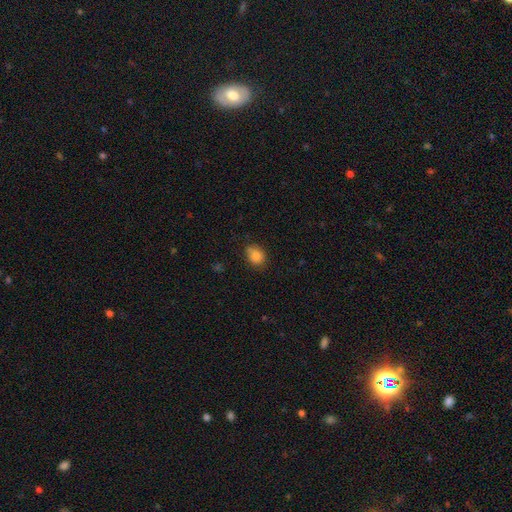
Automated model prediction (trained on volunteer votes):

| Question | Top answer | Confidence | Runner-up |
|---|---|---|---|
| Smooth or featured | smooth | 84% | star or artifact (10%) |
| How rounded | in between | 51% | round (48%) |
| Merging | none | 71% | minor disturbance (22%) |